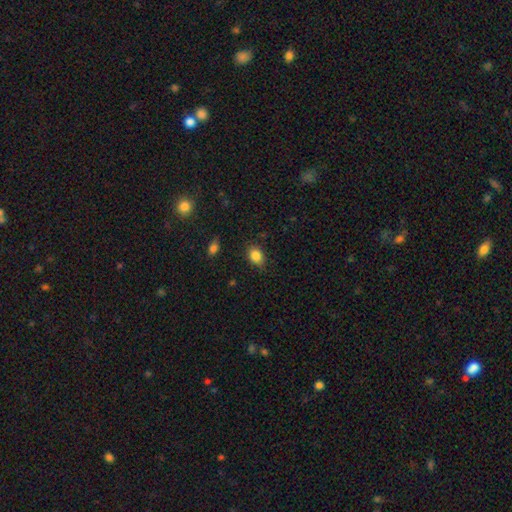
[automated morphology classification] A smooth galaxy with no disk features (85%) that is in between round and cigar-shaped (67%). Merging: none (80%).